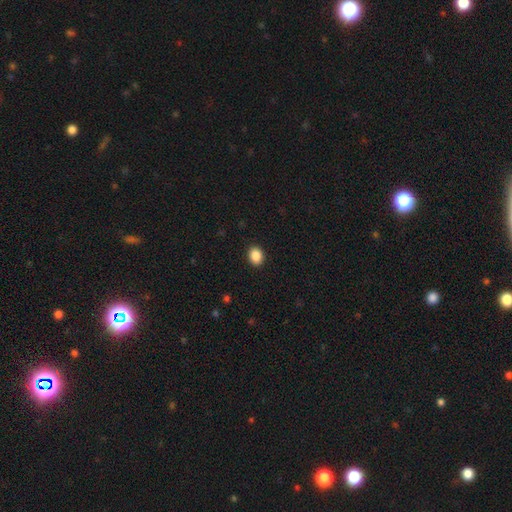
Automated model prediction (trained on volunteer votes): Smooth or featured: smooth — 89% (star or artifact — 9%)
How rounded: in between — 57% (round — 42%)
Merging: none — 91% (minor disturbance — 6%)